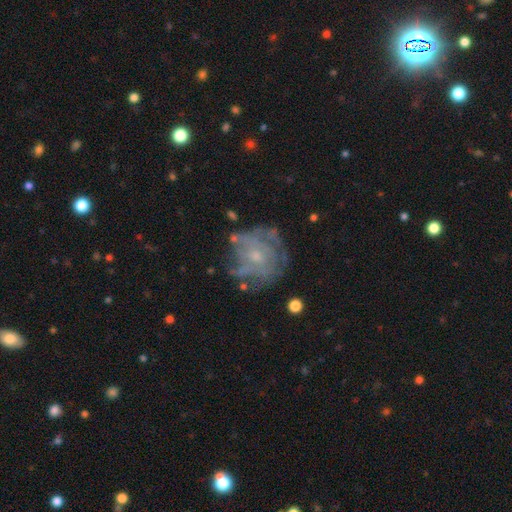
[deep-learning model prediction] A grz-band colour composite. It shows a featured or disk galaxy (72%) with no bar (76%), spiral arms (67%) and a small central bulge (66%). Merging: none (61%).